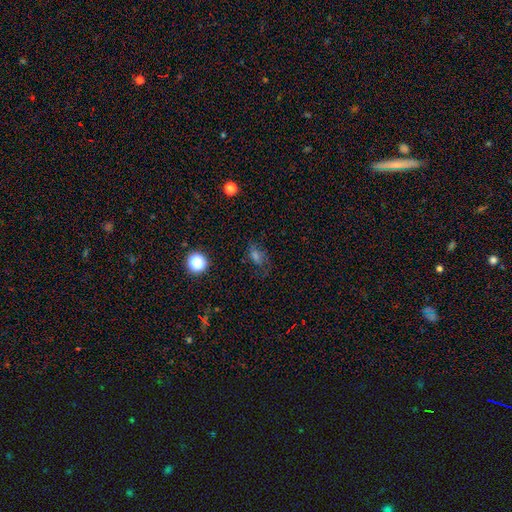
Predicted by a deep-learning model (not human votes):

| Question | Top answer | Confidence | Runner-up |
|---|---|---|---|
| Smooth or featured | smooth | 49% | star or artifact (28%) |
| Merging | none | 62% | minor disturbance (22%) |